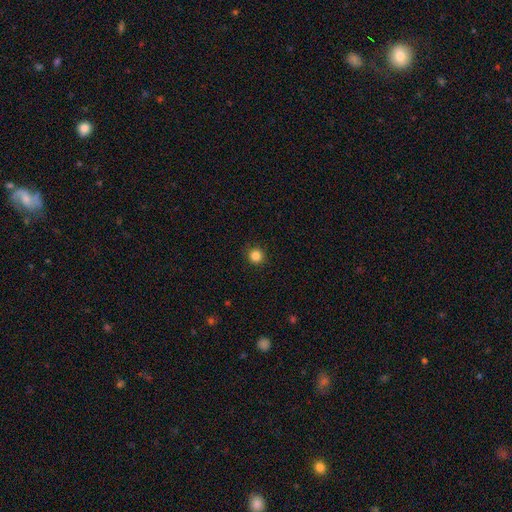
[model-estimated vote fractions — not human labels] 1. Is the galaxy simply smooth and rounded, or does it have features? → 84% smooth, 12% star or artifact, 4% featured or disk.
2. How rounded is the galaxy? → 94% round, 5% in between, 1% cigar-shaped.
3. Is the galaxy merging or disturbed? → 91% none, 6% minor disturbance, 2% major disturbance, 1% merger.